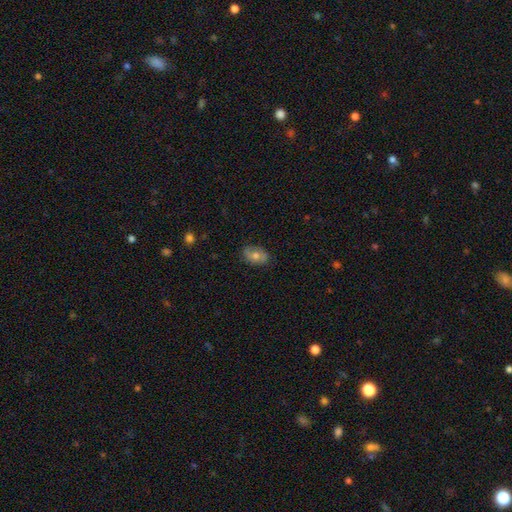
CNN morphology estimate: Overall: smooth (59%; featured or disk 32%). How rounded: in between (86%). Merging: none (82%).